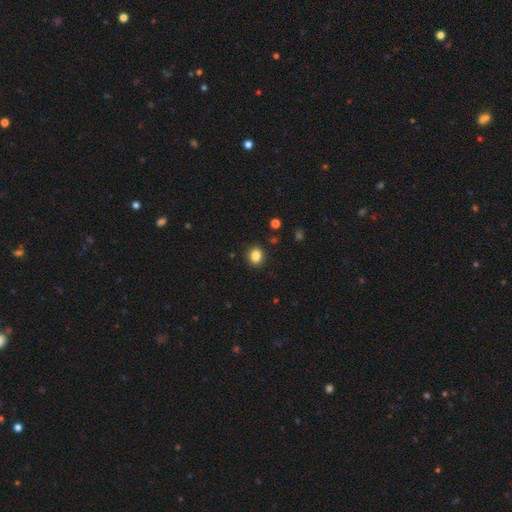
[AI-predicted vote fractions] Q: Smooth or featured?
A: smooth (85%); runner-up: star or artifact (10%)
Q: How rounded?
A: in between (50%); runner-up: round (49%)
Q: Merging?
A: none (89%); runner-up: minor disturbance (8%)